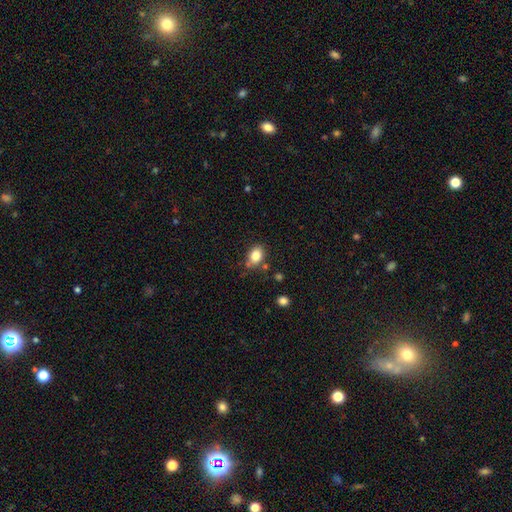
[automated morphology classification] Smooth or featured?
  - smooth: 83% *
  - star or artifact: 10%
  - featured or disk: 7%
How rounded?
  - in between: 68% *
  - round: 31%
  - cigar-shaped: 1%
Merging?
  - none: 72% *
  - minor disturbance: 17%
  - merger: 7%
  - major disturbance: 4%